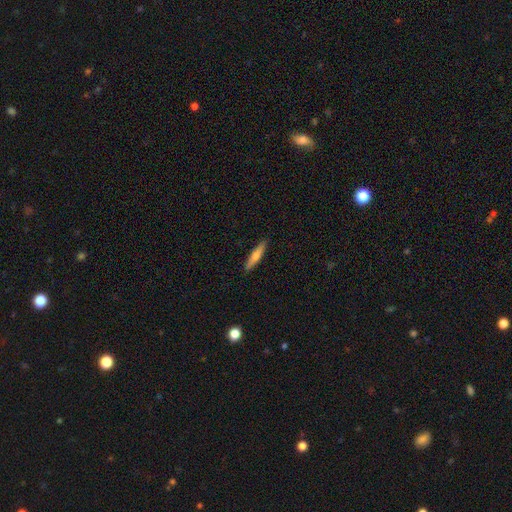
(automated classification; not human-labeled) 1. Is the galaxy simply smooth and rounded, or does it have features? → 58% smooth, 36% featured or disk, 6% star or artifact.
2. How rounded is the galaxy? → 85% cigar-shaped, 14% in between, 2% round.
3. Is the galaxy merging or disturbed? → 90% none, 7% minor disturbance, 2% major disturbance, 1% merger.